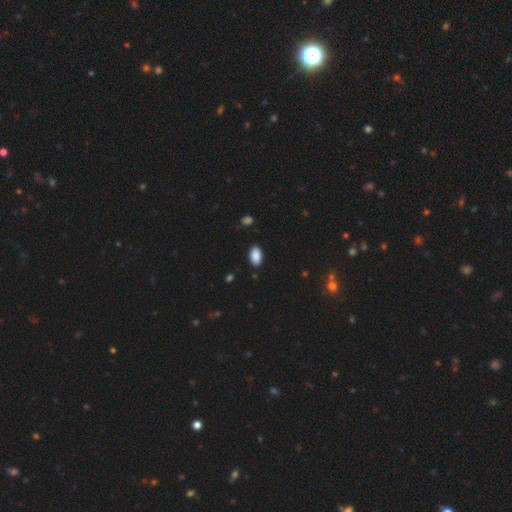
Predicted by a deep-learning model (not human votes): Q: Smooth or featured?
A: smooth (89%); runner-up: star or artifact (8%)
Q: How rounded?
A: in between (92%); runner-up: round (6%)
Q: Merging?
A: none (87%); runner-up: minor disturbance (9%)